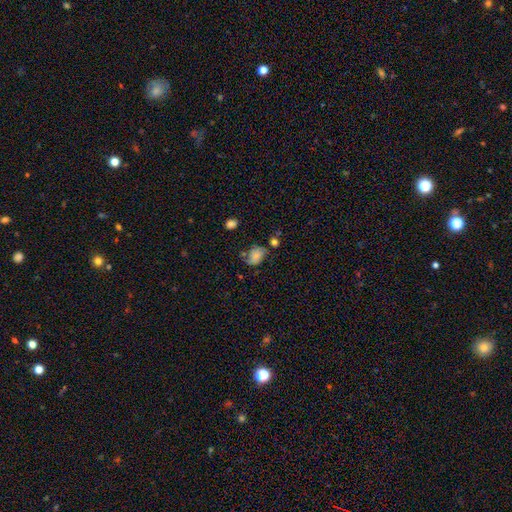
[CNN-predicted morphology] Smooth or featured? Predicted: smooth (p=0.70). How rounded? Predicted: in between (p=0.75). Merging? Predicted: none (p=0.42).